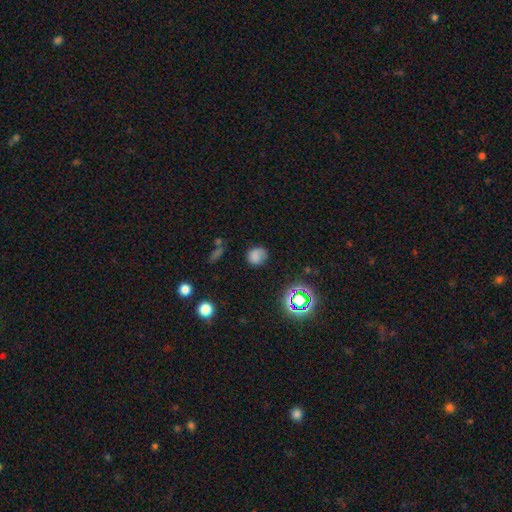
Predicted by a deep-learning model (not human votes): Morphology: type=smooth (72%); roundness=round (73%); merging=none (68%).